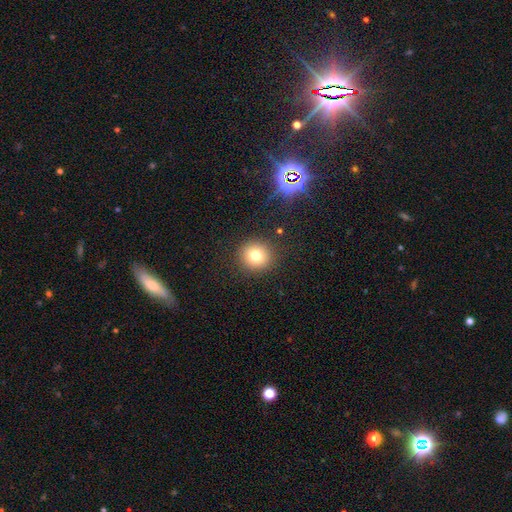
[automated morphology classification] smooth-or-featured: smooth: 76% | star or artifact: 14% | featured or disk: 10%
  how-rounded: round: 91% | in between: 8% | cigar-shaped: 1%
  merging: none: 89% | minor disturbance: 7% | major disturbance: 3% | merger: 2%